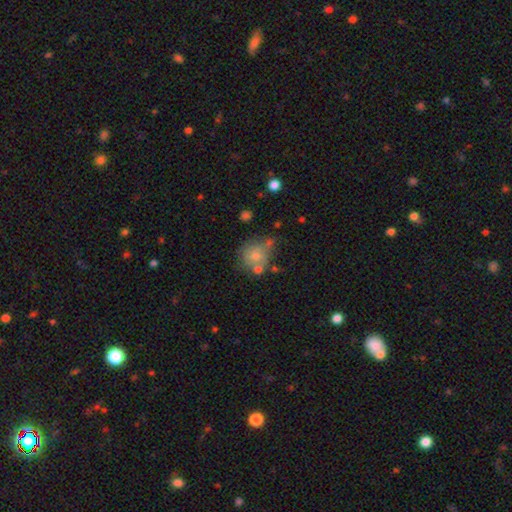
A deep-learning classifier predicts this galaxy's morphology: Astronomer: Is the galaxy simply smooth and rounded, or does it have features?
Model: smooth — 66%.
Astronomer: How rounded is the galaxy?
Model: round — 73%.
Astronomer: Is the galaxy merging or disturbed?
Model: none — 40% (runner-up: minor disturbance, 24%).